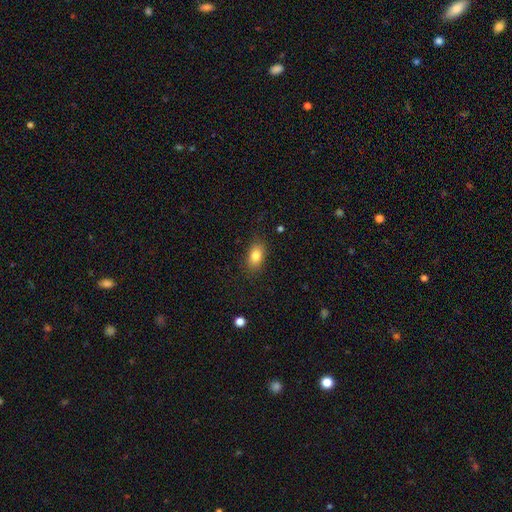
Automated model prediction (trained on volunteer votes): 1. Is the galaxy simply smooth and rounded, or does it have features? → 82% smooth, 9% featured or disk, 9% star or artifact.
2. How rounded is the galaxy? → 84% in between, 14% round, 2% cigar-shaped.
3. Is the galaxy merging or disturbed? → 84% none, 12% minor disturbance, 3% major disturbance, 1% merger.